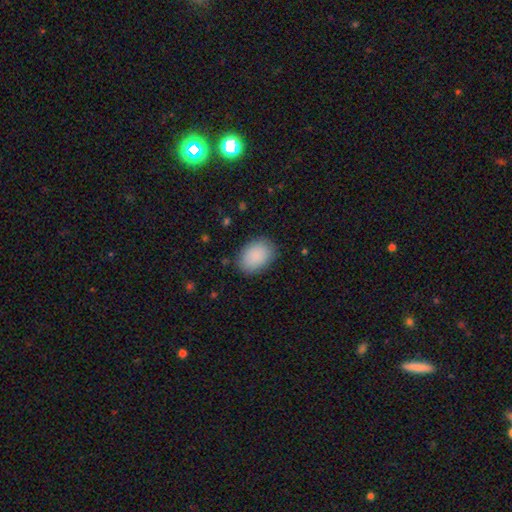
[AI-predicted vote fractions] Smooth or featured? smooth (89%)
How rounded? in between (83%)
Merging? none (84%)